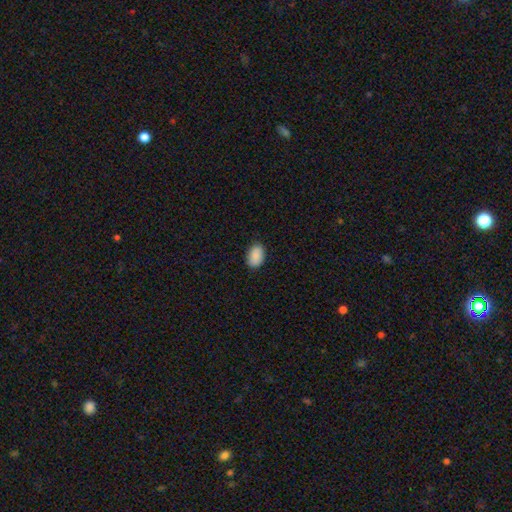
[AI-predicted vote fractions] smooth-or-featured: smooth: 90% | star or artifact: 7% | featured or disk: 3%
  how-rounded: in between: 88% | round: 11% | cigar-shaped: 1%
  merging: none: 86% | minor disturbance: 11% | major disturbance: 2% | merger: 1%